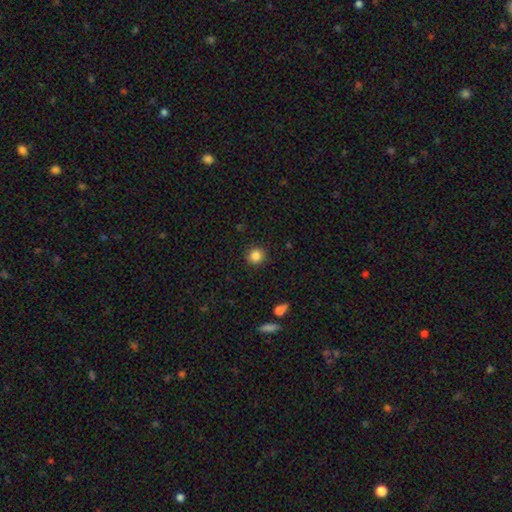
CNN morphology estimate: This appears to be a smooth galaxy with no disk features (85%) that is round (92%). Merging: none (91%).